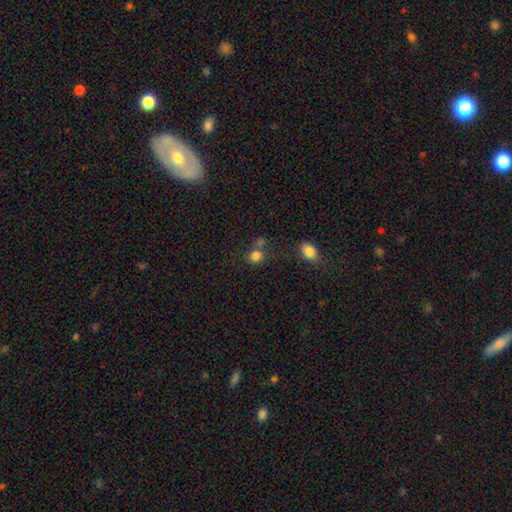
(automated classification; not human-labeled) Smooth or featured? Predicted: smooth (p=0.80). How rounded? Predicted: round (p=0.72). Merging? Predicted: none (p=0.55).